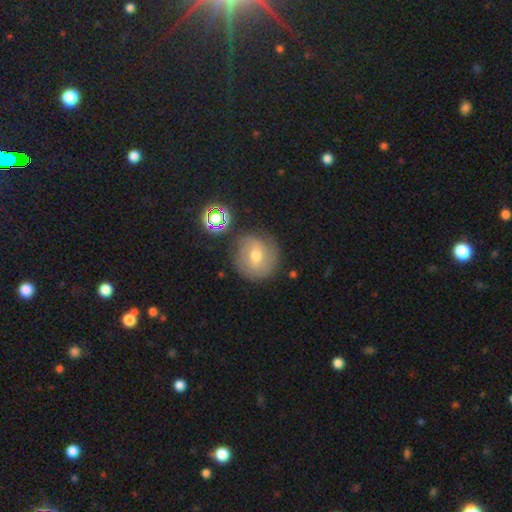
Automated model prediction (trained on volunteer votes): Q: Smooth or featured?
A: smooth (42%); runner-up: featured or disk (41%)
Q: Merging?
A: none (76%); runner-up: minor disturbance (15%)